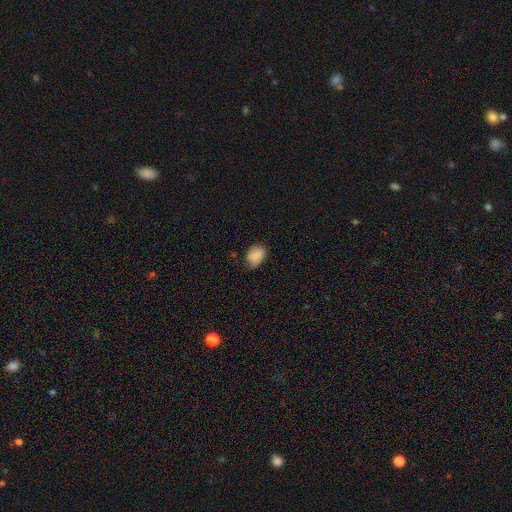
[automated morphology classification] Overall: smooth (85%). How rounded: in between (70%). Merging: none (62%; minor disturbance 31%).